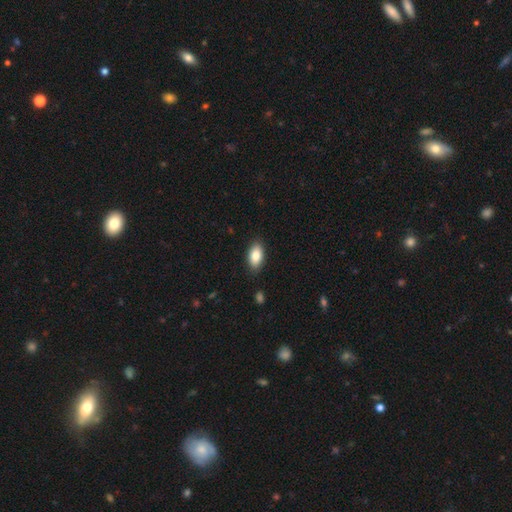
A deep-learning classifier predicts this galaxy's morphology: Smooth or featured? smooth (84%)
How rounded? in between (91%)
Merging? none (87%)